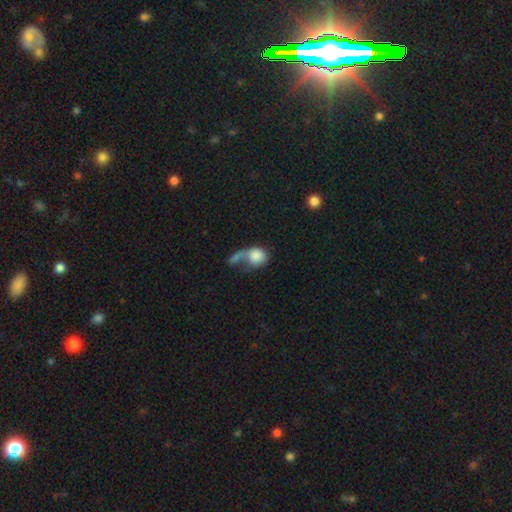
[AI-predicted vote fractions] Smooth or featured: smooth — 75% (featured or disk — 17%)
How rounded: round — 57% (in between — 41%)
Merging: merger — 37% (major disturbance — 32%)